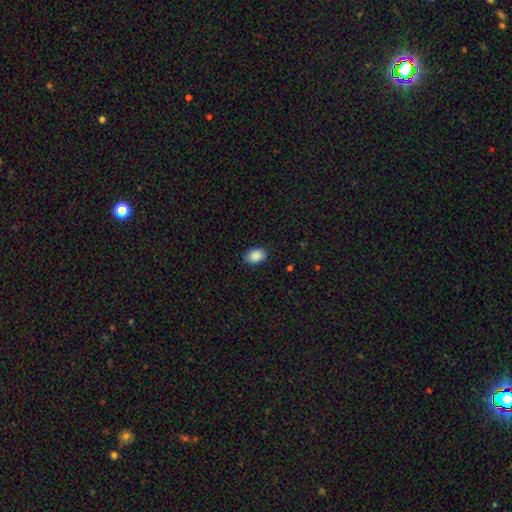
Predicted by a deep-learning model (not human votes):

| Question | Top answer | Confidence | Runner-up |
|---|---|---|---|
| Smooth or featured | smooth | 90% | star or artifact (7%) |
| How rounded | in between | 81% | round (18%) |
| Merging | none | 87% | minor disturbance (10%) |